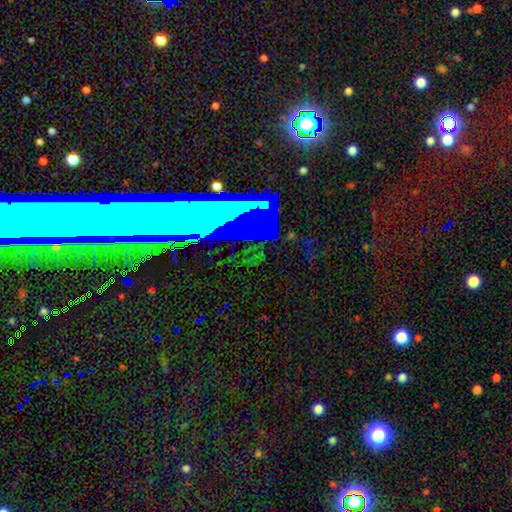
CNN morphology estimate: Q: Smooth or featured?
A: star or artifact (64%); runner-up: featured or disk (21%)